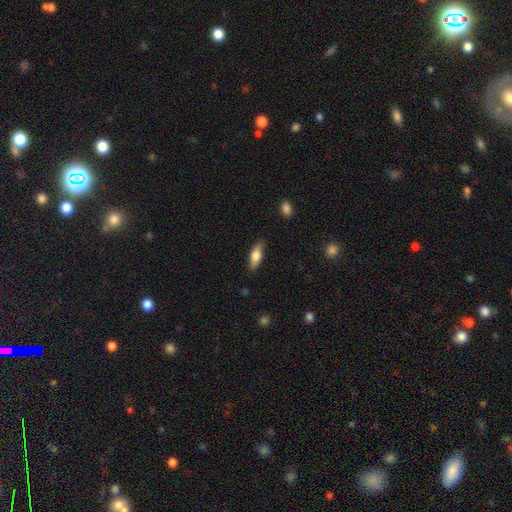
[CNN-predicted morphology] This is likely a smooth galaxy (70%). How rounded: likely in between (61%). Merging: clearly none (84%).